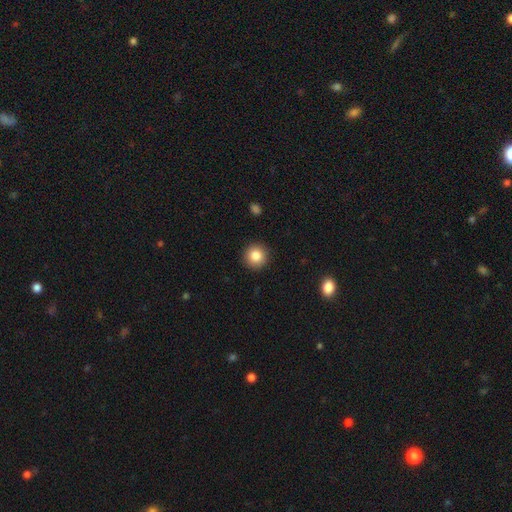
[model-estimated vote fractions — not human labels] smooth-or-featured: smooth: 84% | star or artifact: 10% | featured or disk: 6%
  how-rounded: round: 95% | in between: 4% | cigar-shaped: 1%
  merging: none: 92% | minor disturbance: 5% | major disturbance: 2% | merger: 1%